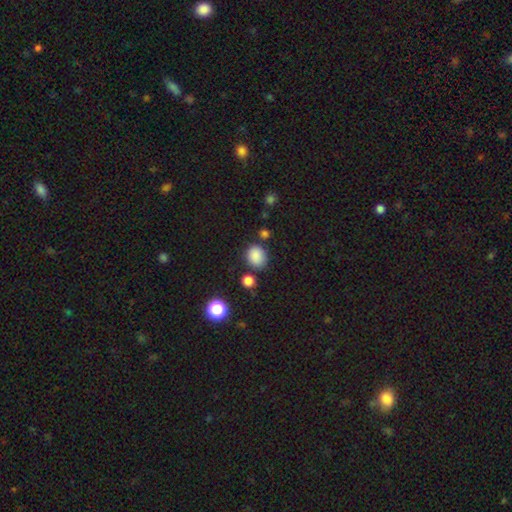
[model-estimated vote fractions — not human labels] smooth-or-featured: smooth: 85% | star or artifact: 11% | featured or disk: 4%
  how-rounded: round: 62% | in between: 37% | cigar-shaped: 1%
  merging: none: 74% | minor disturbance: 15% | merger: 7% | major disturbance: 4%